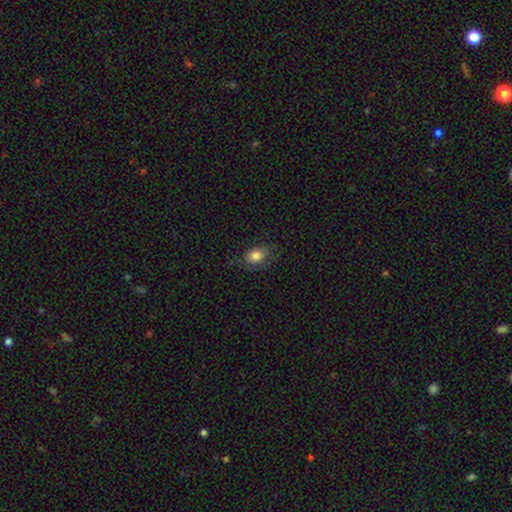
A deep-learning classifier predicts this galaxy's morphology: Smooth or featured: smooth — 77% (featured or disk — 14%)
How rounded: in between — 78% (round — 20%)
Merging: none — 64% (minor disturbance — 23%)